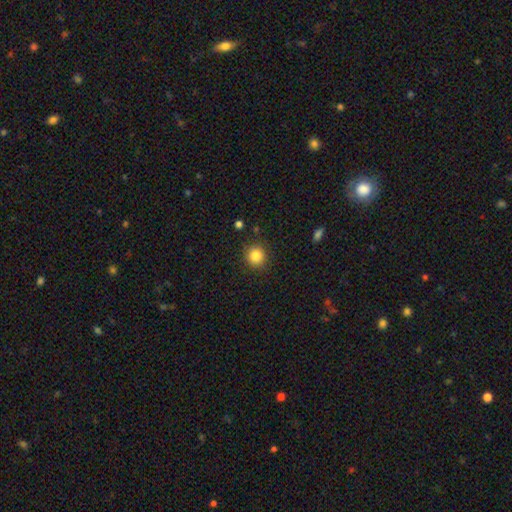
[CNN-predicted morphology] This appears to be a smooth galaxy with no disk features (84%) that is round (91%). Merging: none (88%).